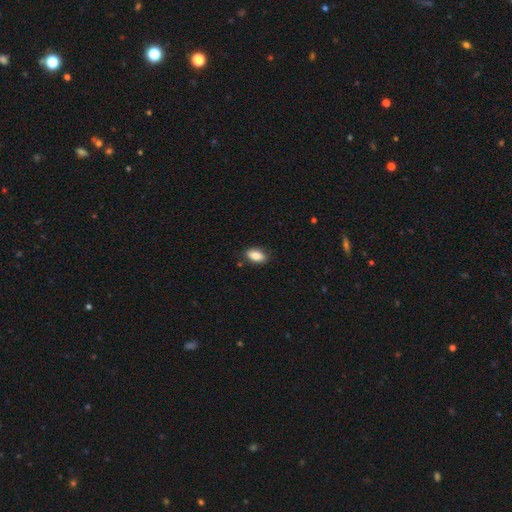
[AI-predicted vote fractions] Smooth or featured? smooth (83%)
How rounded? in between (90%)
Merging? none (84%)